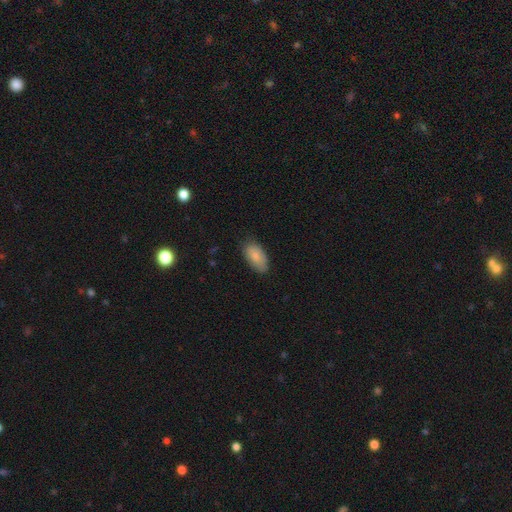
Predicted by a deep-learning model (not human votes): A smooth galaxy with no disk features (81%) that is in between round and cigar-shaped (94%).

Vote fractions:
- Smooth or featured? smooth: 81% / featured or disk: 13% / star or artifact: 6%
- How rounded? in between: 94% / round: 3% / cigar-shaped: 3%
- Merging? none: 77% / minor disturbance: 19% / major disturbance: 3% / merger: 1%